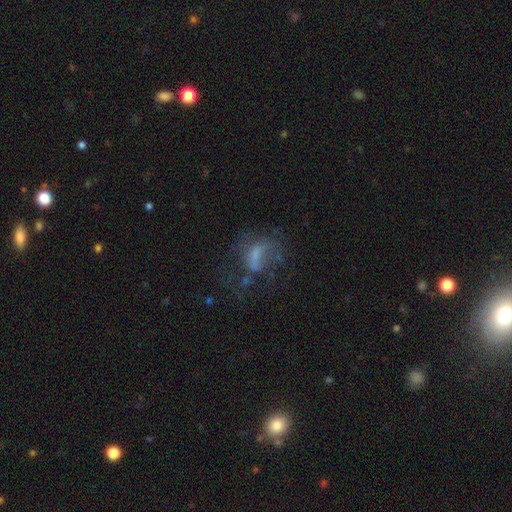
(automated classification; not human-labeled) Smooth or featured?
  - featured or disk: 44% *
  - smooth: 37%
  - star or artifact: 19%
Merging?
  - major disturbance: 42% *
  - none: 32%
  - minor disturbance: 17%
  - merger: 10%